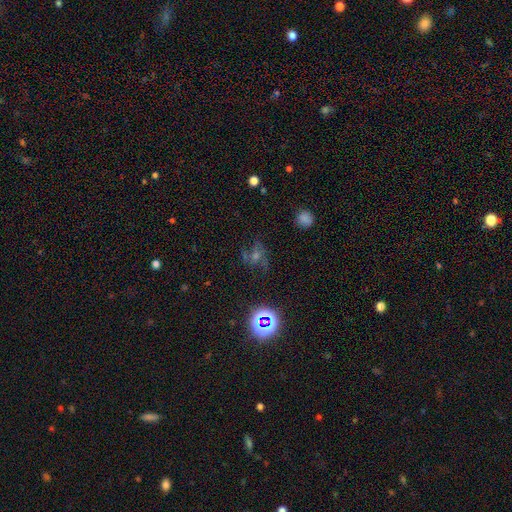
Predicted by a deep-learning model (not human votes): smooth_or_featured: star or artifact (p=0.44) [alt: featured or disk p=0.35]